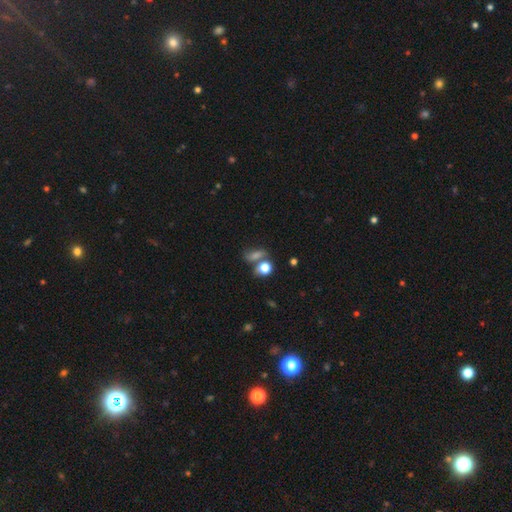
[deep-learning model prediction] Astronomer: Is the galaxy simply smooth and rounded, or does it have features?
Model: smooth — 64%.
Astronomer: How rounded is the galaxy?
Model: in between — 51% (runner-up: round, 40%).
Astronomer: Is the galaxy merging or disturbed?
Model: none — 49% (runner-up: merger, 29%).